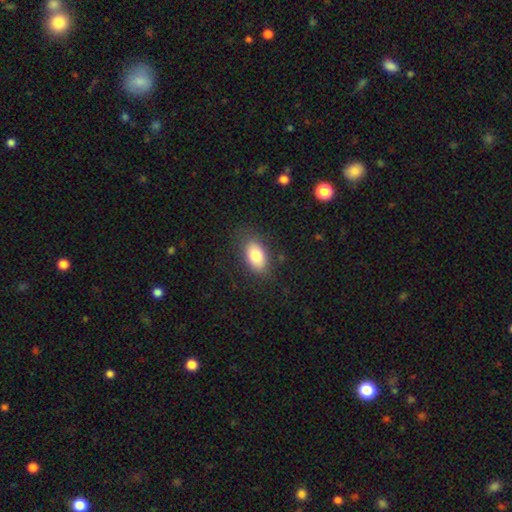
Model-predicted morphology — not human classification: A smooth galaxy with no disk features (80%) that is in between round and cigar-shaped (90%). Merging: none (82%).